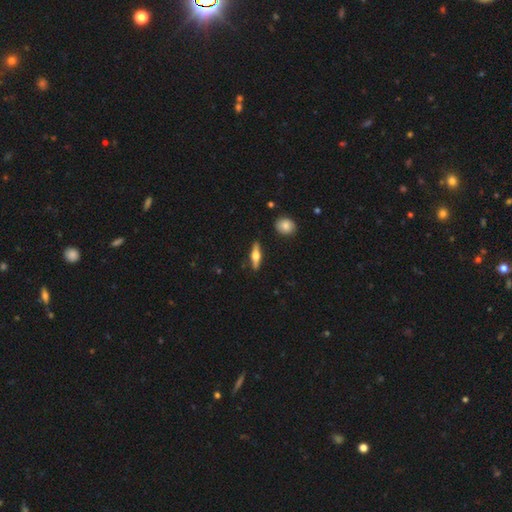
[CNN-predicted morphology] A featured or disk galaxy (56%) viewed edge-on (94%) with a rounded central bulge (94%).

Vote fractions:
- Smooth or featured? featured or disk: 56% / smooth: 39% / star or artifact: 6%
- Edge-on disk? yes: 94% / no: 6%
- Edge-on bulge? rounded: 94% / boxy: 4% / none: 2%
- Merging? none: 89% / minor disturbance: 8% / major disturbance: 2% / merger: 2%